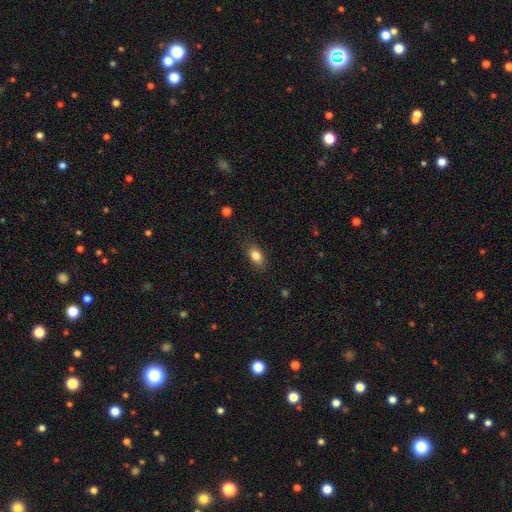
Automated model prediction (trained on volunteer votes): A smooth galaxy with no disk features (84%) that is in between round and cigar-shaped (84%). Merging: none (82%).